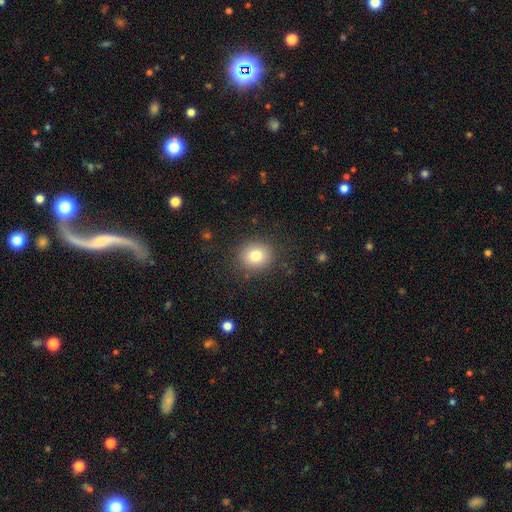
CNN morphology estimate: Overall: smooth (80%). How rounded: round (77%). Merging: none (86%).